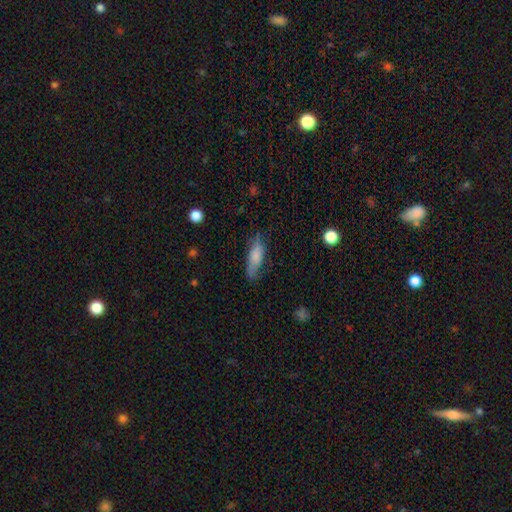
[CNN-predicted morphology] Smooth or featured? Predicted: smooth (p=0.73). How rounded? Predicted: in between (p=0.54). Merging? Predicted: none (p=0.65).